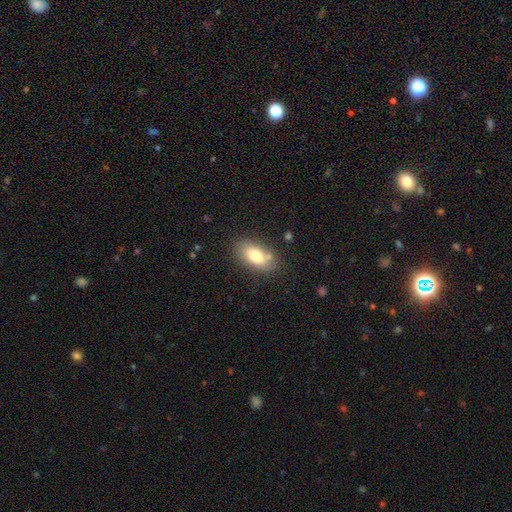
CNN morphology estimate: A smooth galaxy with no disk features (78%) that is in between round and cigar-shaped (89%). Merging: none (75%).